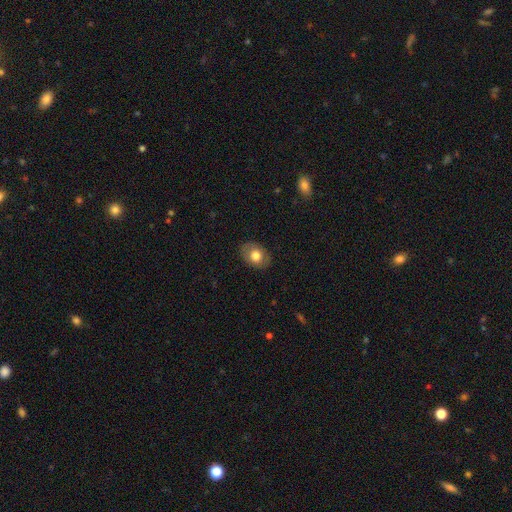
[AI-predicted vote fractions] Smooth or featured: smooth — 71% (featured or disk — 22%)
How rounded: in between — 63% (round — 36%)
Merging: none — 84% (minor disturbance — 12%)